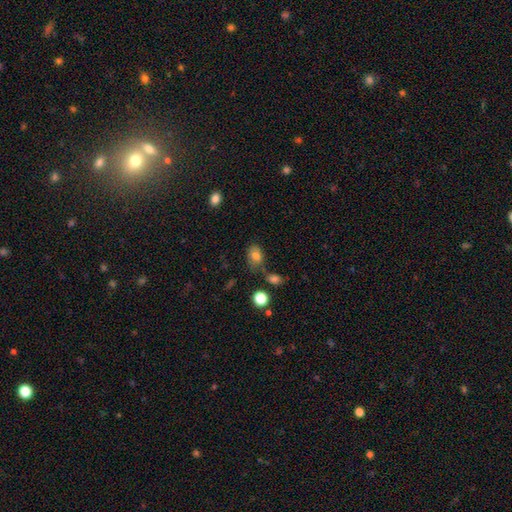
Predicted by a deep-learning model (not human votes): Q: Smooth or featured?
A: smooth (79%); runner-up: featured or disk (11%)
Q: How rounded?
A: in between (77%); runner-up: round (22%)
Q: Merging?
A: none (60%); runner-up: minor disturbance (23%)